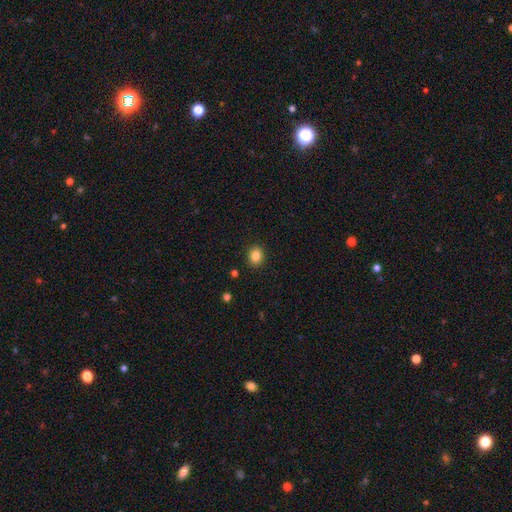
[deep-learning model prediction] Smooth or featured? Predicted: smooth (p=0.85). How rounded? Predicted: round (p=0.64). Merging? Predicted: none (p=0.90).